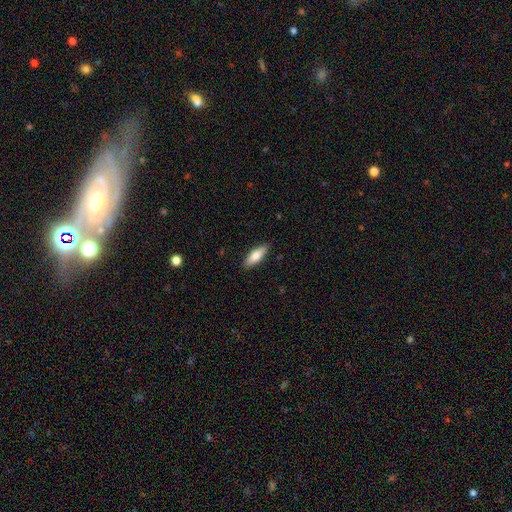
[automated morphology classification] smooth 77%, featured or disk 17%, star or artifact 6%. Down the decision tree: how rounded — in between (61%); merging — none (87%).